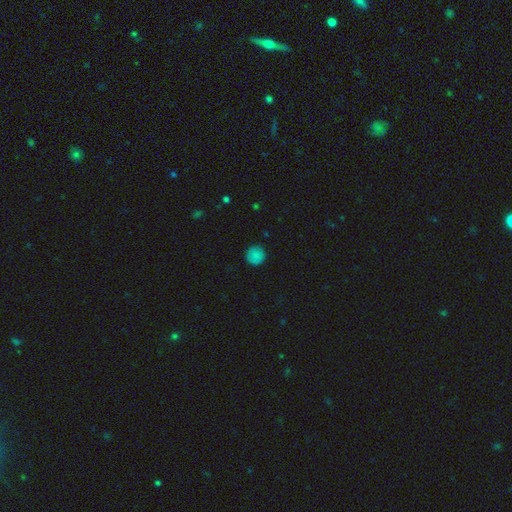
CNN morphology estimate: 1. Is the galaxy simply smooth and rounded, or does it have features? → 84% smooth, 12% star or artifact, 5% featured or disk.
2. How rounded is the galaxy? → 94% round, 5% in between, 1% cigar-shaped.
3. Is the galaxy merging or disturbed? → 88% none, 9% minor disturbance, 2% major disturbance, 1% merger.